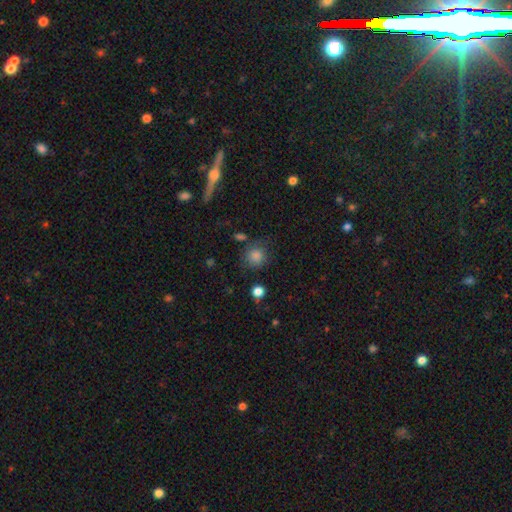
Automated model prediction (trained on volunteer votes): Smooth or featured?
  - smooth: 80% *
  - star or artifact: 13%
  - featured or disk: 7%
How rounded?
  - round: 89% *
  - in between: 10%
  - cigar-shaped: 1%
Merging?
  - none: 77% *
  - minor disturbance: 13%
  - major disturbance: 5%
  - merger: 5%